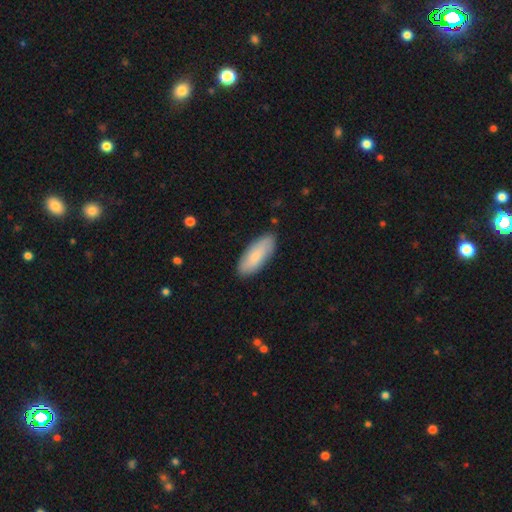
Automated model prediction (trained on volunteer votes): The model was most divided on "how rounded": in between: 78%, cigar-shaped: 20%, round: 2%. More confident: merging — none (87%); smooth or featured — smooth (78%).